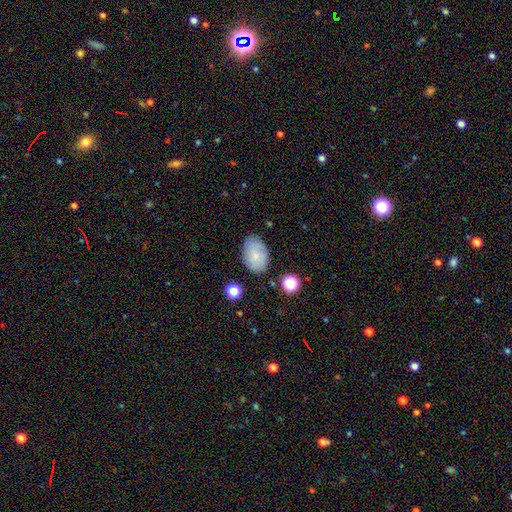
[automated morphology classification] A smooth galaxy with no disk features (80%) that is in between round and cigar-shaped (88%). Merging: none (79%).